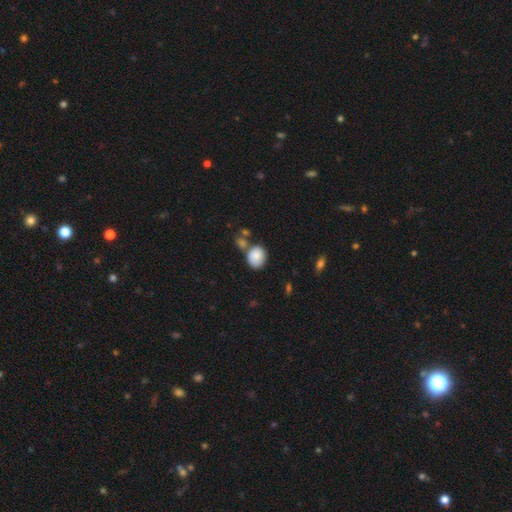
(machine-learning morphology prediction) Overall: smooth (84%). How rounded: round (52%; in between 47%). Merging: none (59%; merger 19%).